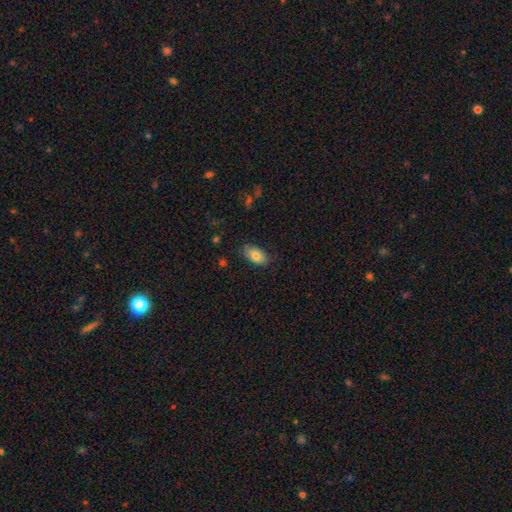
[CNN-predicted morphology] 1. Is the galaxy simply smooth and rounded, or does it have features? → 82% smooth, 11% featured or disk, 7% star or artifact.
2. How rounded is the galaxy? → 93% in between, 4% round, 2% cigar-shaped.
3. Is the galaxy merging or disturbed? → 79% none, 16% minor disturbance, 3% major disturbance, 1% merger.